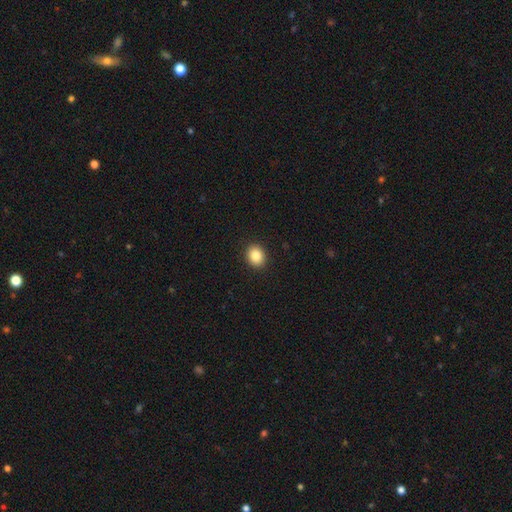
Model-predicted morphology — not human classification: Overall: smooth (86%). How rounded: round (59%; in between 40%). Merging: none (92%).